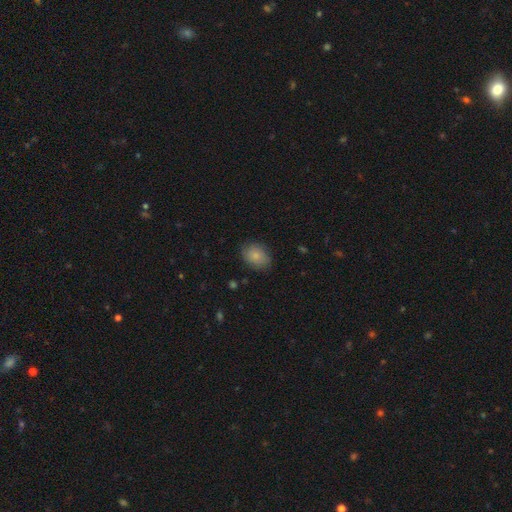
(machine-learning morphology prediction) Smooth or featured: smooth — 84% (featured or disk — 9%)
How rounded: in between — 59% (round — 40%)
Merging: none — 81% (minor disturbance — 15%)